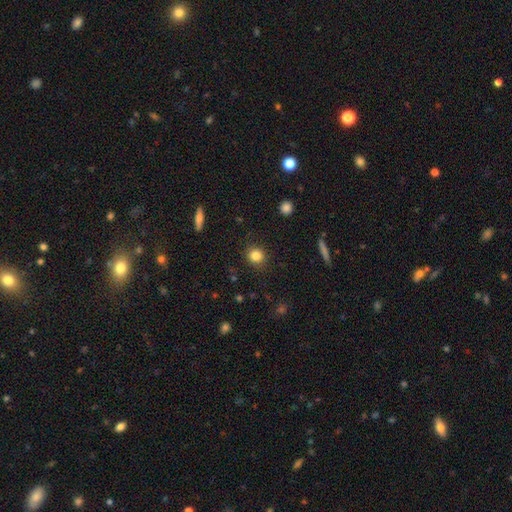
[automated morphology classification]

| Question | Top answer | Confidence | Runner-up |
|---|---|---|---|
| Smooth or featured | smooth | 83% | star or artifact (11%) |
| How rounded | round | 87% | in between (12%) |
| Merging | none | 89% | minor disturbance (7%) |